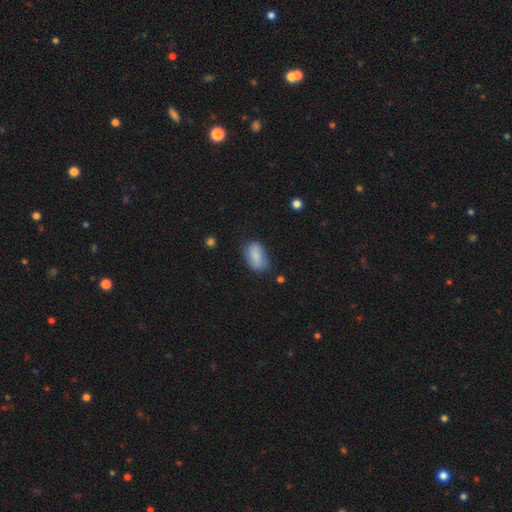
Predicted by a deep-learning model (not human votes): A smooth galaxy with no disk features (78%) that is in between round and cigar-shaped (91%). Merging: none (61%).